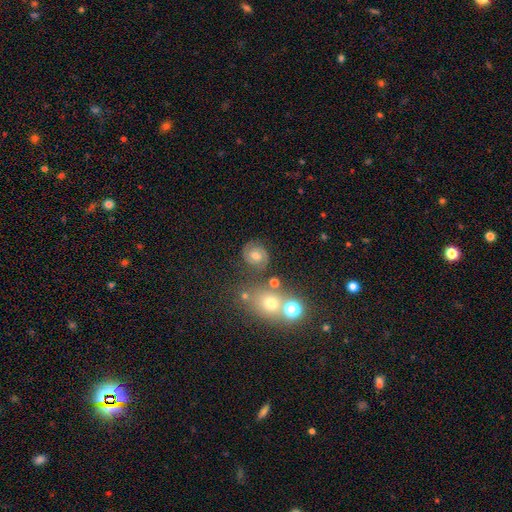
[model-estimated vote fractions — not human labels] smooth-or-featured: featured or disk: 58% | smooth: 29% | star or artifact: 13%
  disk-edge-on: no: 97% | yes: 3%
    bar: no: 61% | weak: 32% | strong: 7%
    has-spiral-arms: yes: 86% | no: 14%
    bulge-size: moderate: 67% | small: 21% | large: 7% | none: 4% | dominant: 2%
  merging: none: 78% | minor disturbance: 13% | merger: 5% | major disturbance: 5%